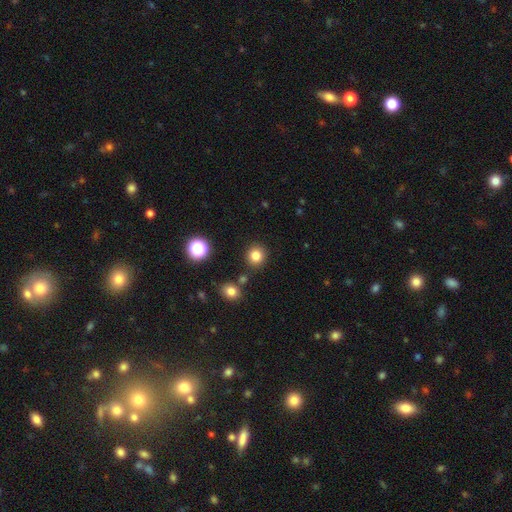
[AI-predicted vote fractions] Q: Smooth or featured?
A: smooth (81%); runner-up: star or artifact (13%)
Q: How rounded?
A: round (89%); runner-up: in between (10%)
Q: Merging?
A: none (86%); runner-up: minor disturbance (7%)